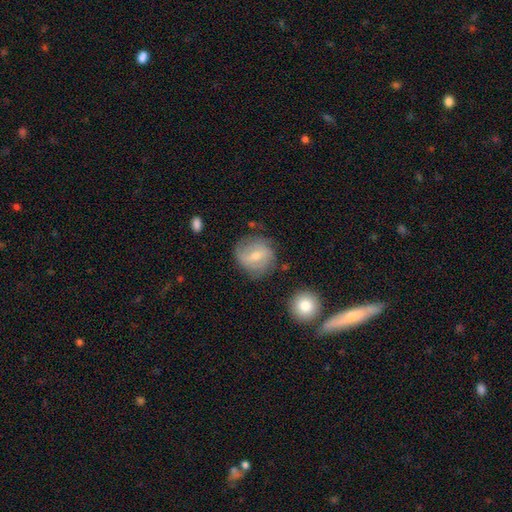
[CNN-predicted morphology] smooth_or_featured: featured or disk (p=0.47) [alt: smooth p=0.45]
merging: none (p=0.70) [alt: minor disturbance p=0.20]